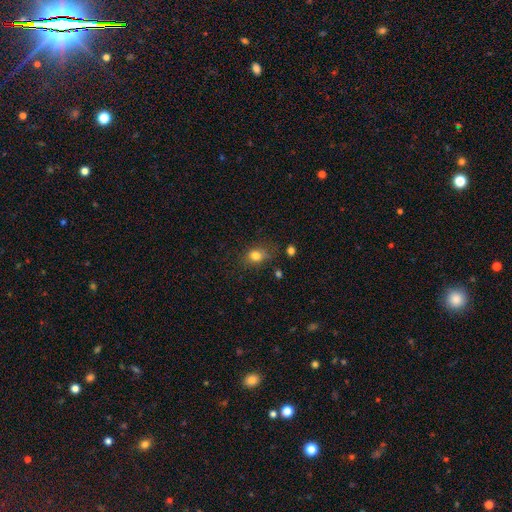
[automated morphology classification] The model was most divided on "how rounded": in between: 53%, round: 45%, cigar-shaped: 2%. More confident: smooth or featured — smooth (80%); merging — none (64%).